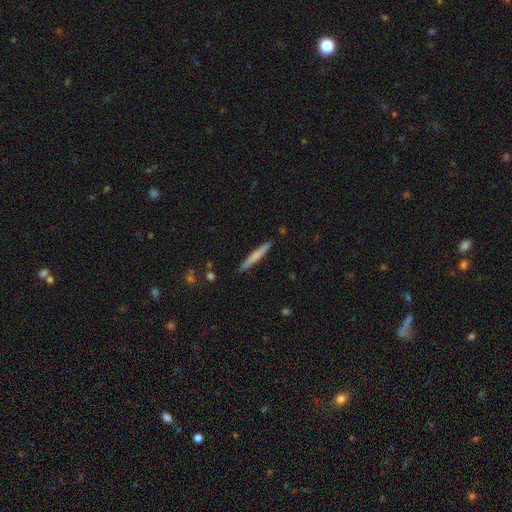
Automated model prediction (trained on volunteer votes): Overall: smooth (65%; featured or disk 29%). How rounded: cigar-shaped (96%). Merging: none (89%).